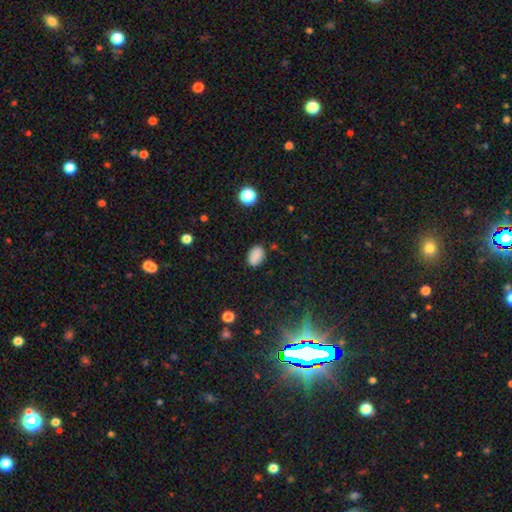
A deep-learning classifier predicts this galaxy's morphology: Smooth or featured? smooth (86%)
How rounded? in between (88%)
Merging? none (83%)